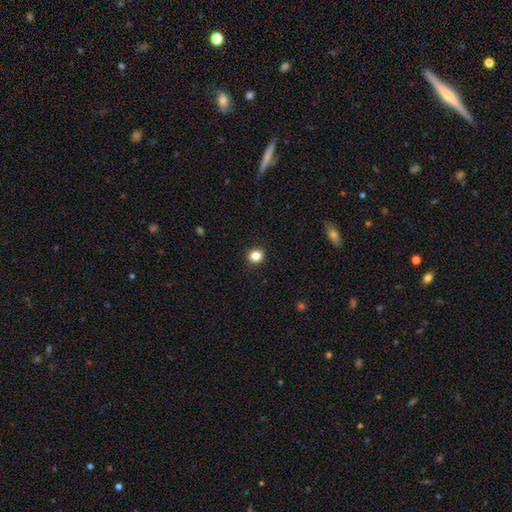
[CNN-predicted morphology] Smooth or featured: smooth — 85% (star or artifact — 11%)
How rounded: round — 79% (in between — 20%)
Merging: none — 92% (minor disturbance — 6%)